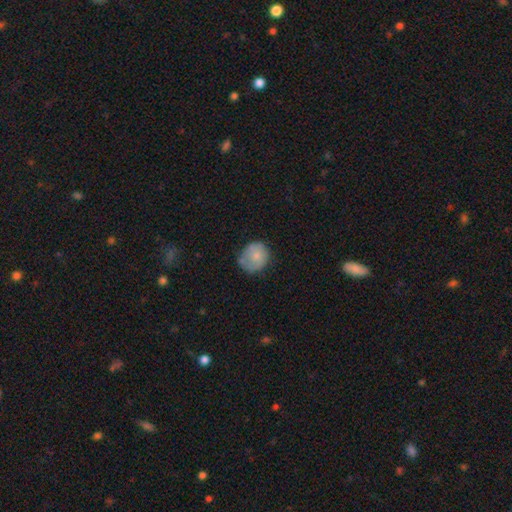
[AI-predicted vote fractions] Smooth or featured: smooth — 69% (featured or disk — 24%)
How rounded: round — 73% (in between — 26%)
Merging: none — 52% (minor disturbance — 33%)